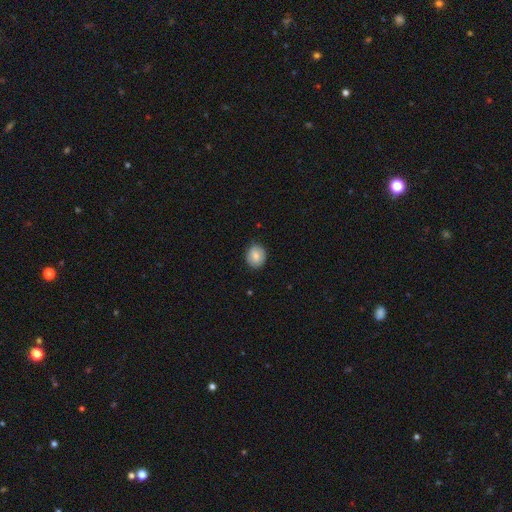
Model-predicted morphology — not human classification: smooth-or-featured: smooth: 80% | featured or disk: 13% | star or artifact: 8%
  how-rounded: round: 70% | in between: 29% | cigar-shaped: 1%
  merging: none: 84% | minor disturbance: 12% | major disturbance: 2% | merger: 1%